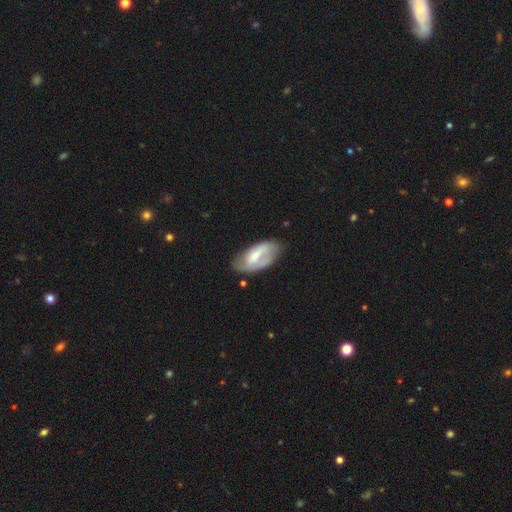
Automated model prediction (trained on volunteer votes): Smooth or featured? smooth (50%)
Merging? none (55%)